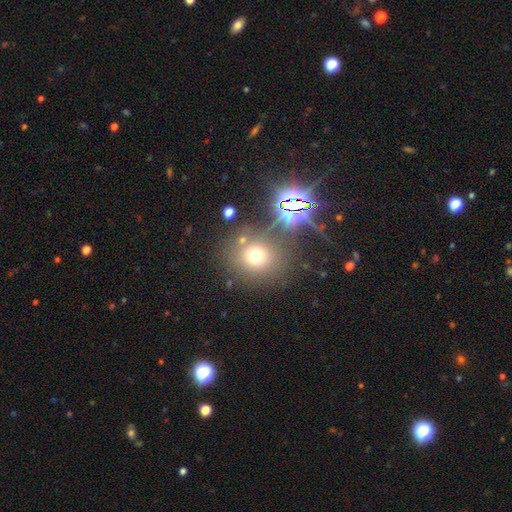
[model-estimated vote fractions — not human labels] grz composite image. It shows a smooth galaxy with no disk features (65%) that is round (86%). Merging: none (74%).